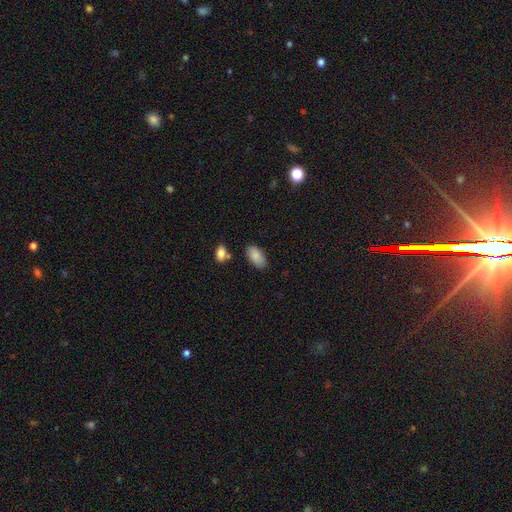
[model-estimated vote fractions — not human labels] Q: Smooth or featured?
A: smooth (86%); runner-up: star or artifact (7%)
Q: How rounded?
A: in between (94%); runner-up: cigar-shaped (3%)
Q: Merging?
A: none (79%); runner-up: minor disturbance (13%)